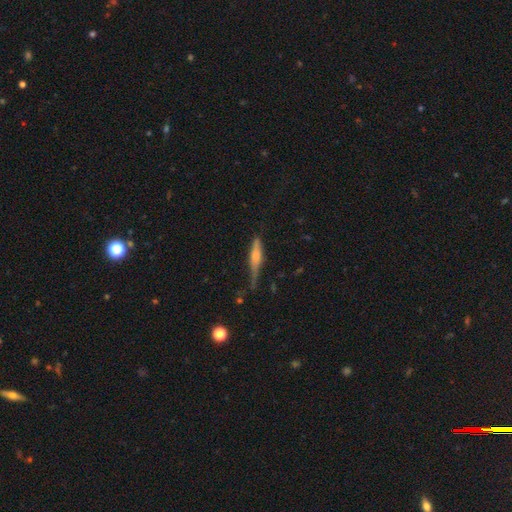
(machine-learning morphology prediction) This is possibly a smooth galaxy (50%). Merging: possibly none (49%).